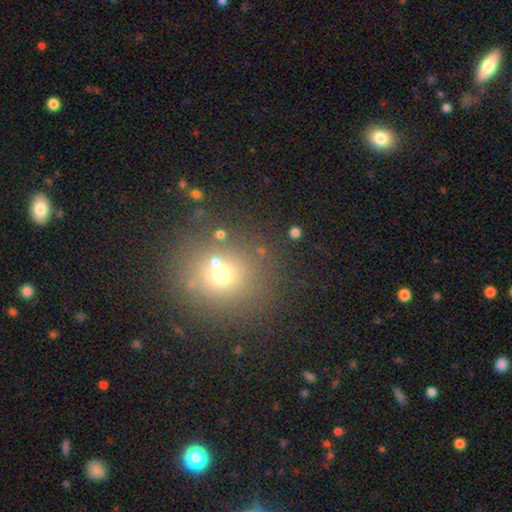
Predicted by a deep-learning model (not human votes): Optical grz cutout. It shows a smooth galaxy with no disk features (57%) that is round (83%). Merging: none (79%).